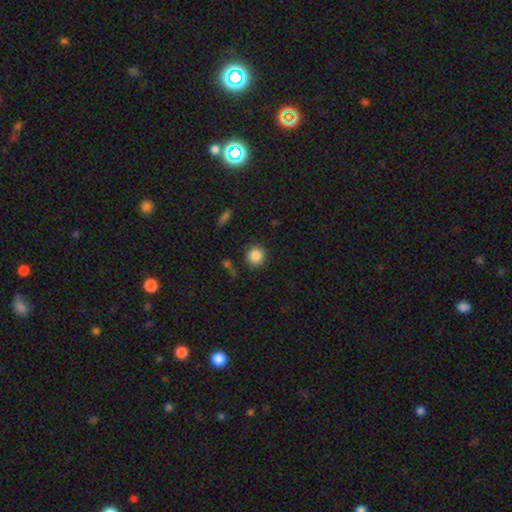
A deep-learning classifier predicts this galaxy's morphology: smooth 86%, star or artifact 9%, featured or disk 5%. Down the decision tree: how rounded — round (93%); merging — none (88%).